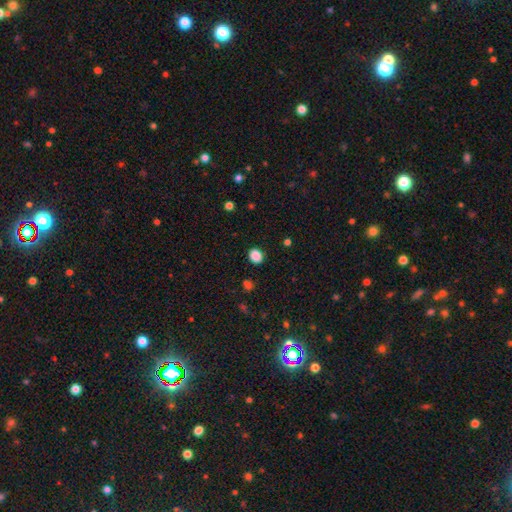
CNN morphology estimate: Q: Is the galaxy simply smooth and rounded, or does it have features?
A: smooth — 87%.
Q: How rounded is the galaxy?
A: round — 63%.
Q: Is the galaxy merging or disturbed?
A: none — 90%.